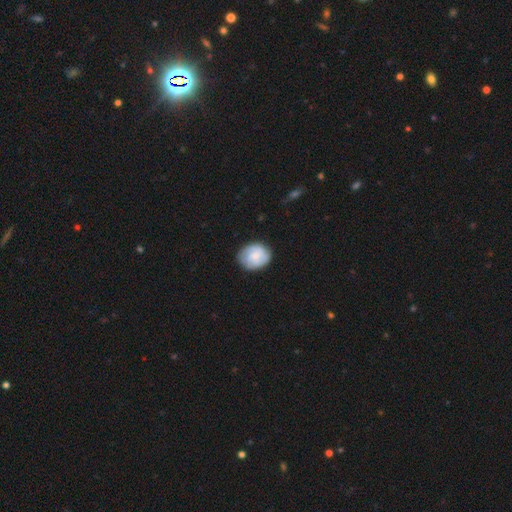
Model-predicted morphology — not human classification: smooth-or-featured: smooth: 67% | featured or disk: 27% | star or artifact: 6%
  how-rounded: round: 55% | in between: 44% | cigar-shaped: 1%
  merging: none: 76% | minor disturbance: 19% | major disturbance: 4% | merger: 1%